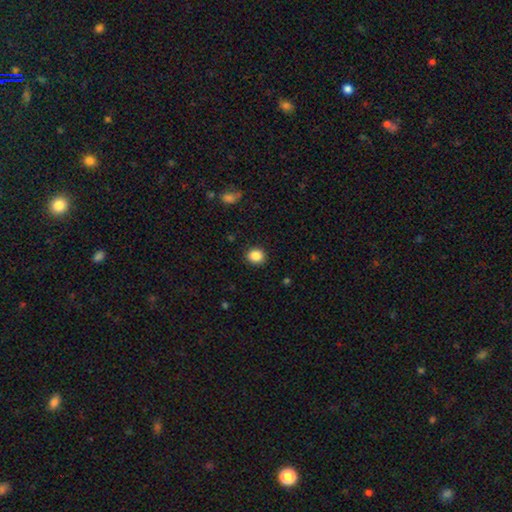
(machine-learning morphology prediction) type=smooth (86%); roundness=round (81%); merging=none (91%).